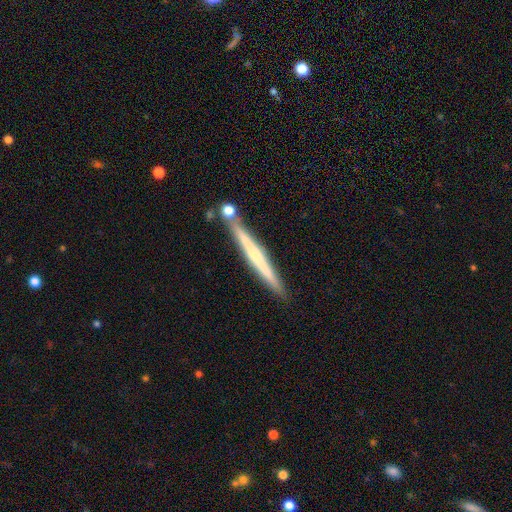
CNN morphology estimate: The model was most divided on "smooth or featured": featured or disk: 59%, smooth: 35%, star or artifact: 6%. More confident: edge-on disk — yes (97%); merging — none (80%); edge-on bulge — none (59%).